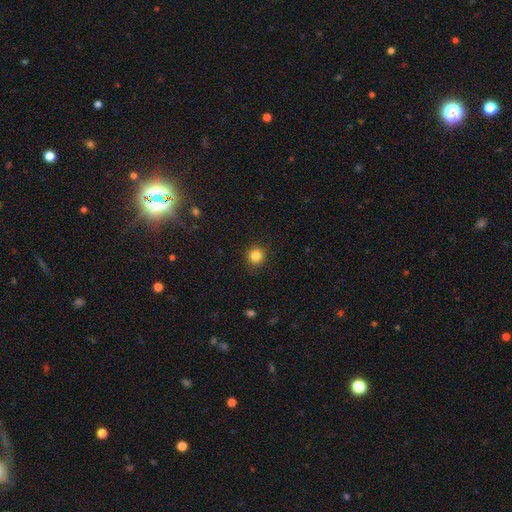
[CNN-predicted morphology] A smooth galaxy with no disk features (84%) that is round (92%).

Vote fractions:
- Smooth or featured? smooth: 84% / star or artifact: 11% / featured or disk: 5%
- How rounded? round: 92% / in between: 7% / cigar-shaped: 1%
- Merging? none: 91% / minor disturbance: 6% / major disturbance: 2% / merger: 1%